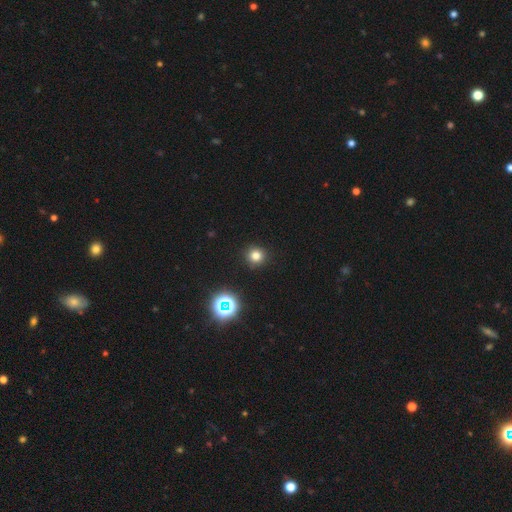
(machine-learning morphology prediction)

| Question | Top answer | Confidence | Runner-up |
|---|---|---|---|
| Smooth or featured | smooth | 75% | star or artifact (19%) |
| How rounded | round | 94% | in between (5%) |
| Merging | none | 92% | minor disturbance (5%) |